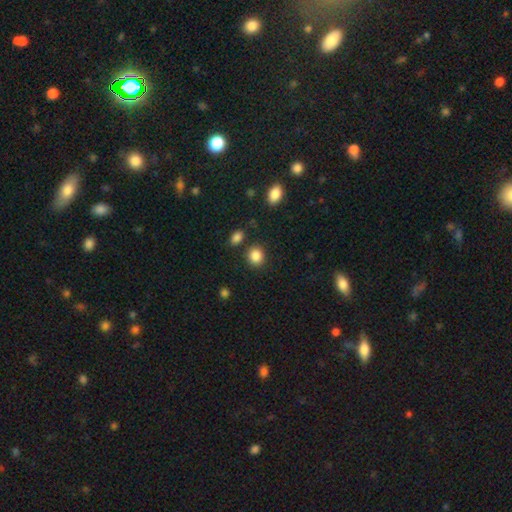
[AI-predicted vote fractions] smooth-or-featured: smooth: 87% | star or artifact: 9% | featured or disk: 4%
  how-rounded: round: 76% | in between: 23% | cigar-shaped: 1%
  merging: none: 83% | minor disturbance: 9% | merger: 5% | major disturbance: 3%